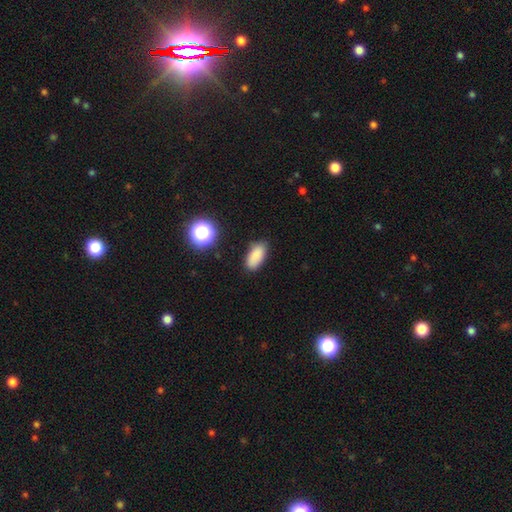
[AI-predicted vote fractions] Smooth or featured? smooth (85%)
How rounded? in between (87%)
Merging? none (81%)